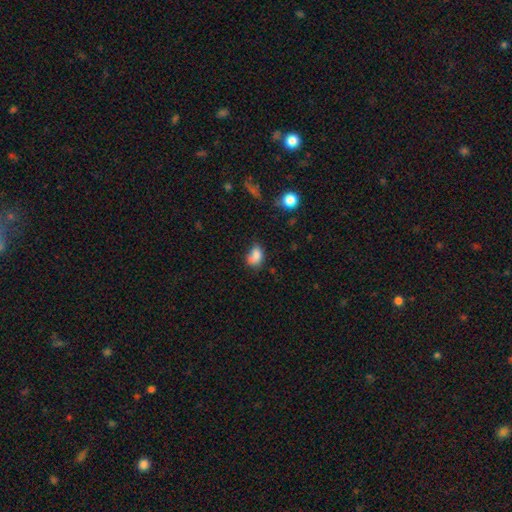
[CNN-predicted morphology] A smooth galaxy with no disk features (77%) that is in between round and cigar-shaped (72%). Merging: none (35%).